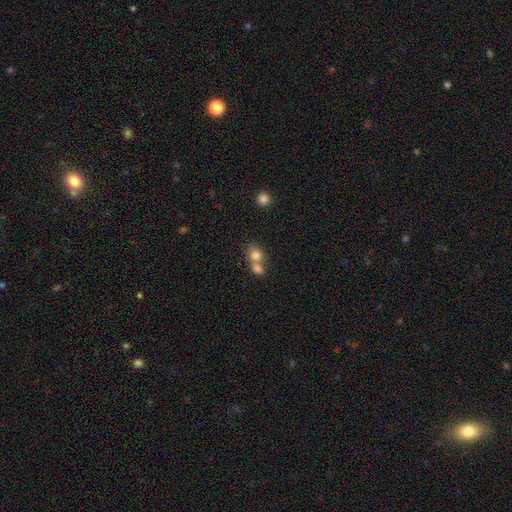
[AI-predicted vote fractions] Smooth or featured? Predicted: smooth (p=0.78). How rounded? Predicted: round (p=0.61). Merging? Predicted: merger (p=0.62).